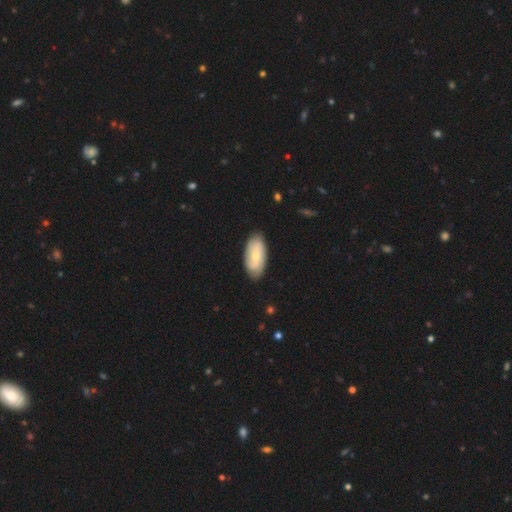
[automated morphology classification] Q: Smooth or featured?
A: smooth (55%); runner-up: featured or disk (40%)
Q: How rounded?
A: in between (93%); runner-up: cigar-shaped (4%)
Q: Merging?
A: none (83%); runner-up: minor disturbance (13%)